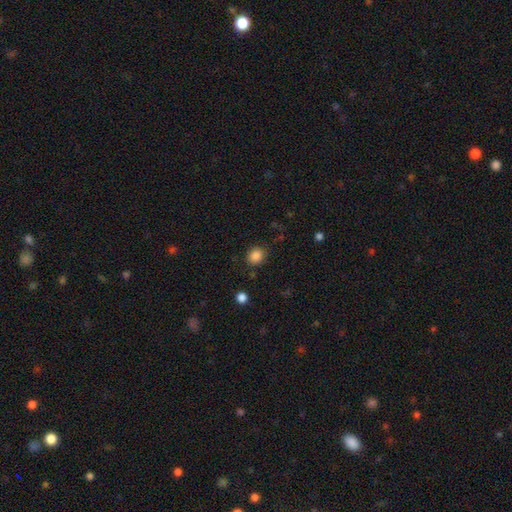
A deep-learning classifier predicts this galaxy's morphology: This is clearly a smooth galaxy (86%). How rounded: likely round (75%). Merging: clearly none (84%).